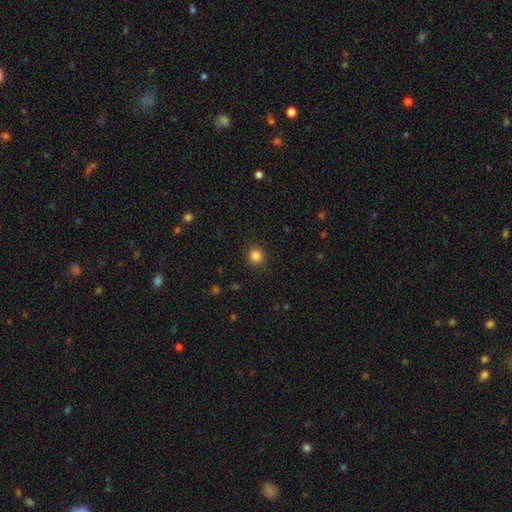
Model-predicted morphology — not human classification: Smooth or featured: smooth — 85% (star or artifact — 11%)
How rounded: round — 90% (in between — 9%)
Merging: none — 90% (minor disturbance — 7%)